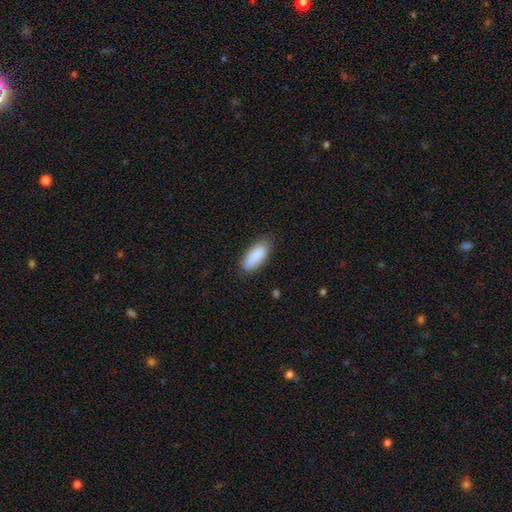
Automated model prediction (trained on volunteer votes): smooth-or-featured: smooth: 86% | featured or disk: 8% | star or artifact: 6%
  how-rounded: in between: 77% | cigar-shaped: 21% | round: 2%
  merging: none: 78% | minor disturbance: 17% | major disturbance: 3% | merger: 1%